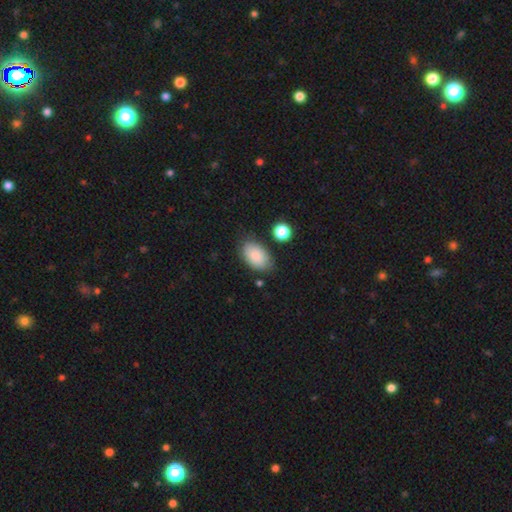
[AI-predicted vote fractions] Morphology: type=smooth (82%); roundness=in between (93%); merging=none (75%).